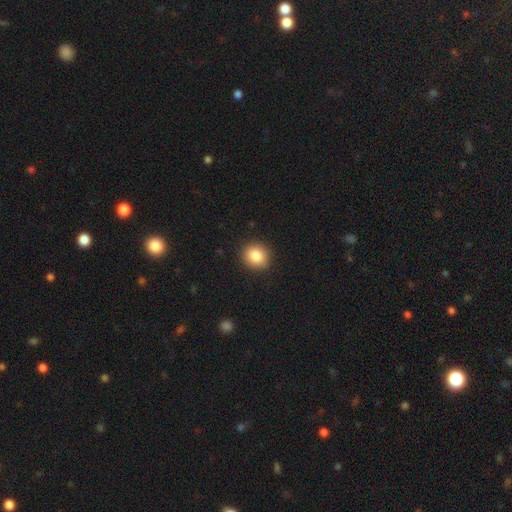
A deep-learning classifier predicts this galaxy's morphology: A smooth galaxy with no disk features (85%) that is round (81%). Merging: none (90%).